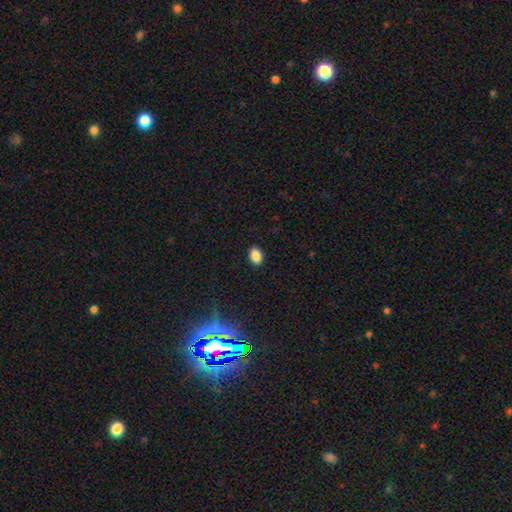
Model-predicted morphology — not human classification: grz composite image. It shows a smooth galaxy with no disk features (87%) that is in between round and cigar-shaped (85%). Merging: none (89%).